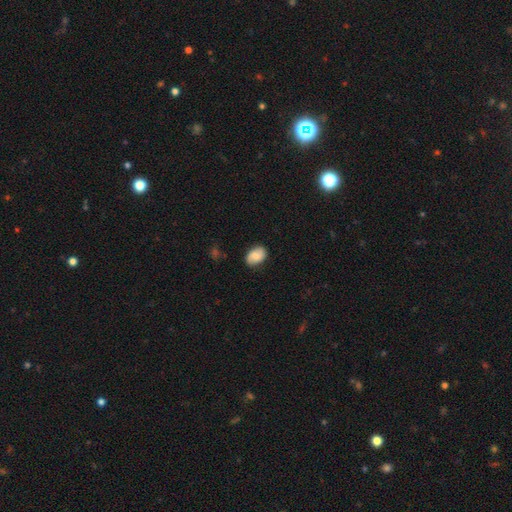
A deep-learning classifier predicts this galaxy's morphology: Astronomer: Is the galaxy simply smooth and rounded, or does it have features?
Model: smooth — 69%.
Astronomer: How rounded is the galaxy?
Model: in between — 84%.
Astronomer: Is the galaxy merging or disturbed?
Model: none — 78%.